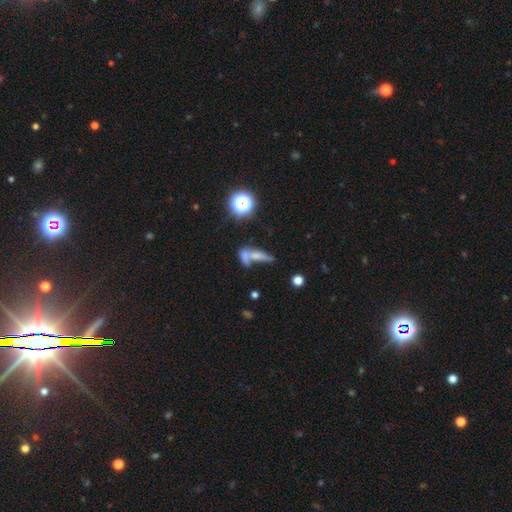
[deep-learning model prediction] Morphology: type=smooth (50%); roundness=cigar-shaped (50%); merging=merger (49%).